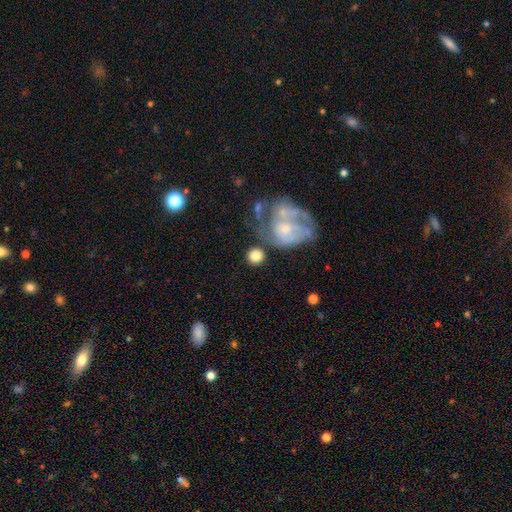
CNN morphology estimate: smooth 75%, featured or disk 18%, star or artifact 7%. Down the decision tree: how rounded — round (88%); merging — none (66%).